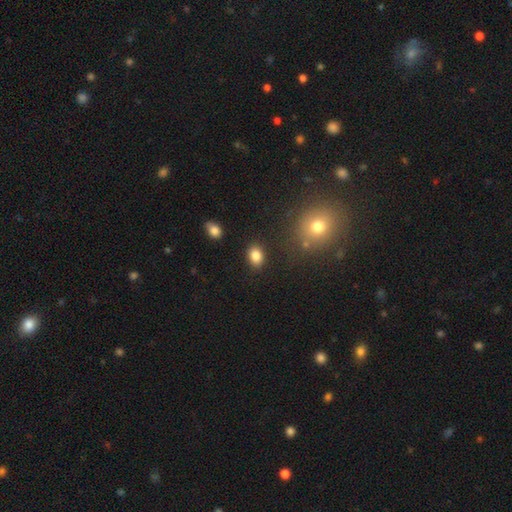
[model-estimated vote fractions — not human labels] This is clearly a smooth galaxy (84%). How rounded: likely in between (69%). Merging: clearly none (85%).